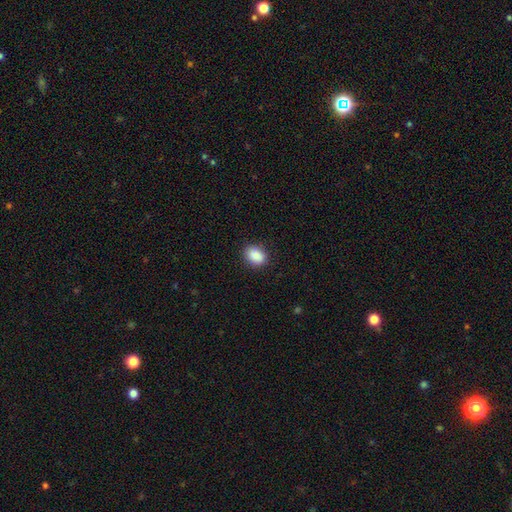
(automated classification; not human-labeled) A smooth galaxy with no disk features (89%) that is in between round and cigar-shaped (70%).

Vote fractions:
- Smooth or featured? smooth: 89% / star or artifact: 8% / featured or disk: 3%
- How rounded? in between: 70% / round: 29% / cigar-shaped: 1%
- Merging? none: 85% / minor disturbance: 11% / major disturbance: 2% / merger: 1%